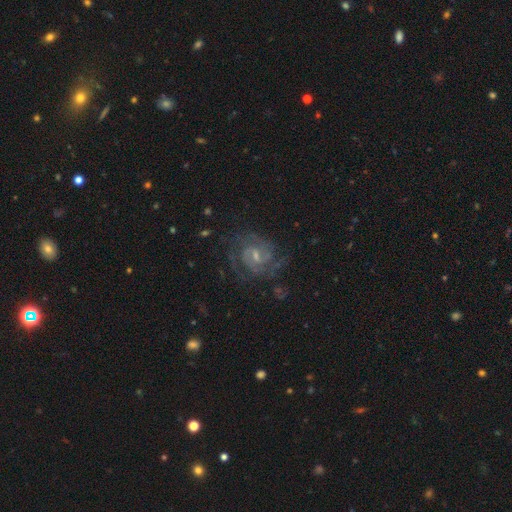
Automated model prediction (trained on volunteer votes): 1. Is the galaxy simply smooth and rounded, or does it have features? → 83% featured or disk, 9% smooth, 8% star or artifact.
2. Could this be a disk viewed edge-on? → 97% no, 3% yes.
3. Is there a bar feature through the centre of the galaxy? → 58% weak, 28% no, 14% strong.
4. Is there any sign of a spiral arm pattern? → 94% yes, 6% no.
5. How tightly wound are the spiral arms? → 49% tight, 41% medium, 10% loose.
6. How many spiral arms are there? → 51% 2, 23% can't tell, 14% 3, 5% 4, 4% 1, 3% more than 4.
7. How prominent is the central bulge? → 56% small, 34% moderate, 7% none, 2% large, 1% dominant.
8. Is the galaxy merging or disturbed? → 68% none, 17% minor disturbance, 12% major disturbance, 2% merger.